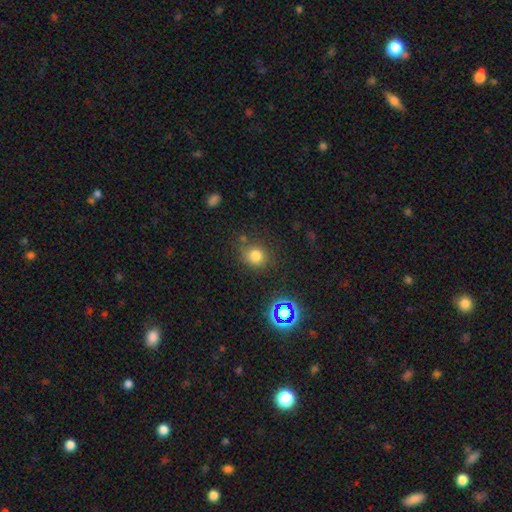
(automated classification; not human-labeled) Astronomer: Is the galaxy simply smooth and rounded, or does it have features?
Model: smooth — 75%.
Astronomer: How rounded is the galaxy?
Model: round — 79%.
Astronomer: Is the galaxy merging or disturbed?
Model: none — 76%.